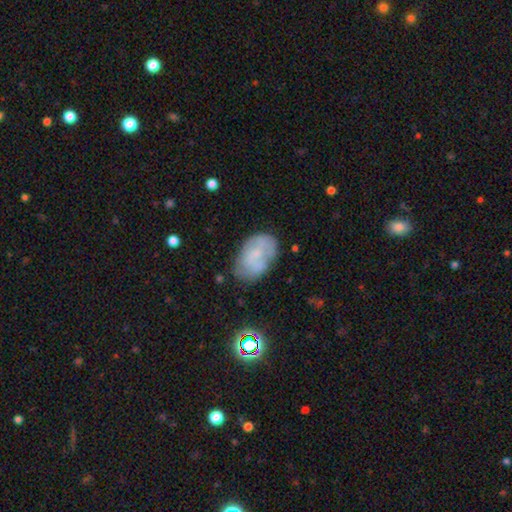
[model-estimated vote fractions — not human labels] smooth-or-featured: smooth: 48% | featured or disk: 43% | star or artifact: 10%
  merging: none: 57% | minor disturbance: 27% | major disturbance: 9% | merger: 7%